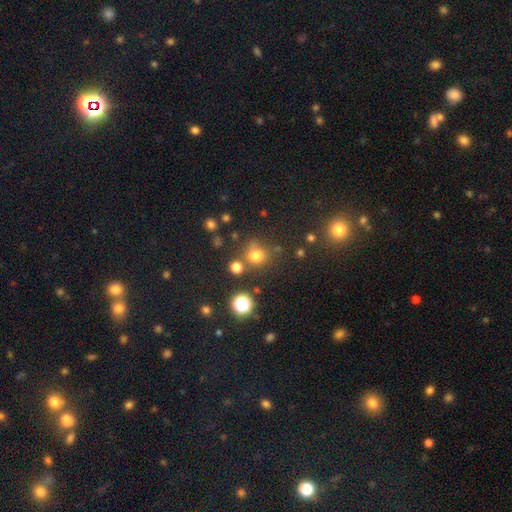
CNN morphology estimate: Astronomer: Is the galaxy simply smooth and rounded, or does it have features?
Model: smooth — 70%.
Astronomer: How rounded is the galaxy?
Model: round — 84%.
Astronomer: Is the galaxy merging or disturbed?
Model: none — 70%.